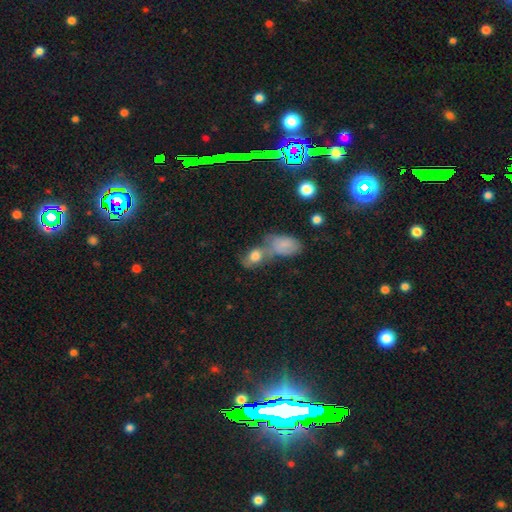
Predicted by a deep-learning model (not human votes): Smooth or featured: smooth — 66% (featured or disk — 22%)
How rounded: in between — 75% (round — 22%)
Merging: merger — 53% (none — 28%)